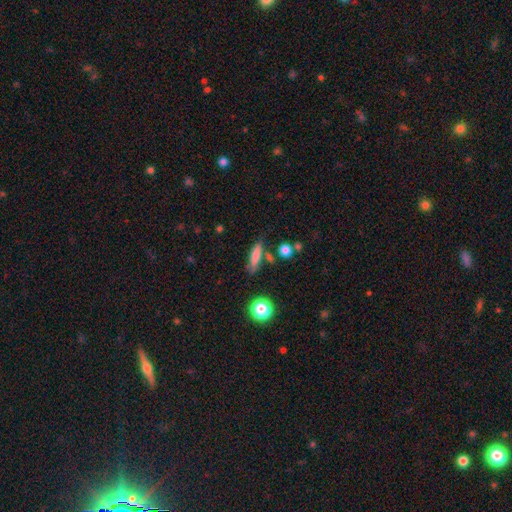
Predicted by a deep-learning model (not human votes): Smooth or featured: smooth — 76% (featured or disk — 15%)
How rounded: cigar-shaped — 68% (in between — 27%)
Merging: none — 73% (minor disturbance — 16%)